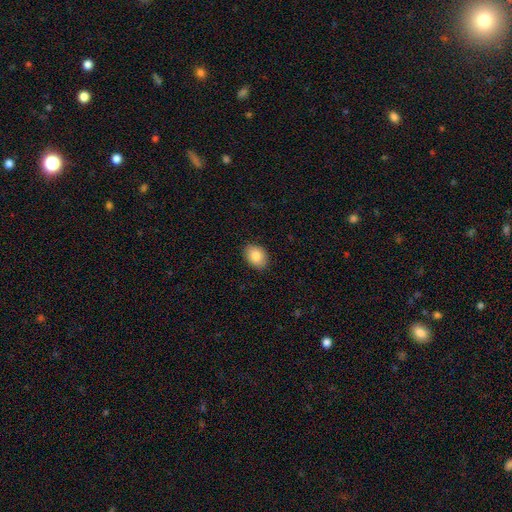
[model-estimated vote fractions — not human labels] Smooth or featured? smooth (85%)
How rounded? in between (67%)
Merging? none (88%)